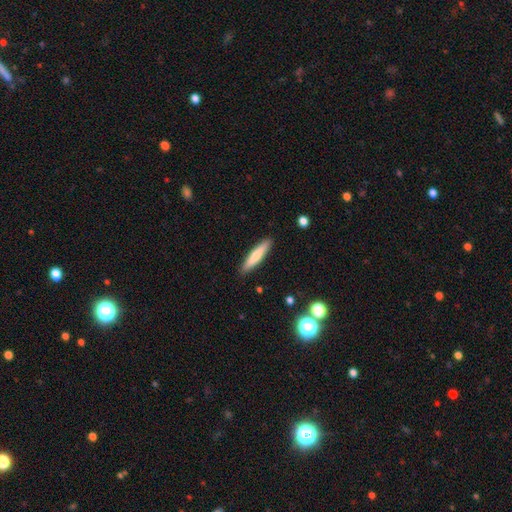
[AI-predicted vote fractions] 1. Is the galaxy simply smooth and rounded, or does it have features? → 75% smooth, 19% featured or disk, 6% star or artifact.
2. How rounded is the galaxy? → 88% cigar-shaped, 11% in between, 1% round.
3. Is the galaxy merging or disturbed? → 90% none, 7% minor disturbance, 2% major disturbance, 1% merger.